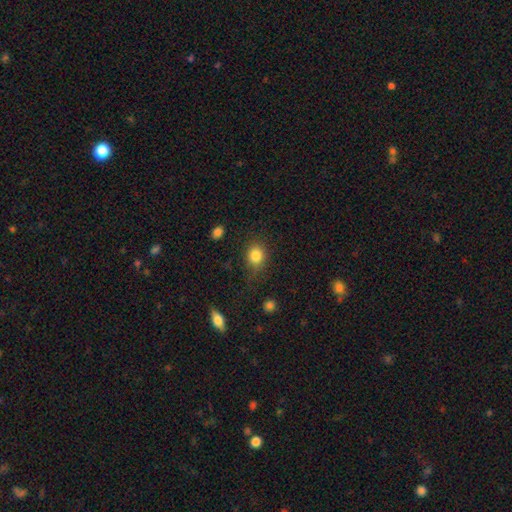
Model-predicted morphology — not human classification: Smooth or featured? Predicted: smooth (p=0.84). How rounded? Predicted: round (p=0.66). Merging? Predicted: none (p=0.74).